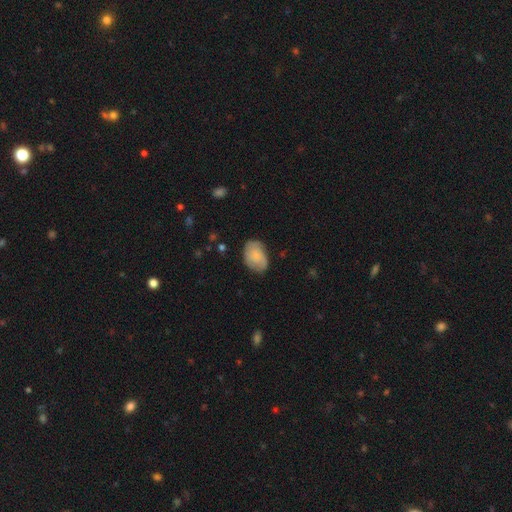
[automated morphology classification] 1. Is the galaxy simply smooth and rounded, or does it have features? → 56% smooth, 36% featured or disk, 7% star or artifact.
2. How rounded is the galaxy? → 82% in between, 17% round, 1% cigar-shaped.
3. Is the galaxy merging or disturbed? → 69% none, 23% minor disturbance, 6% major disturbance, 1% merger.